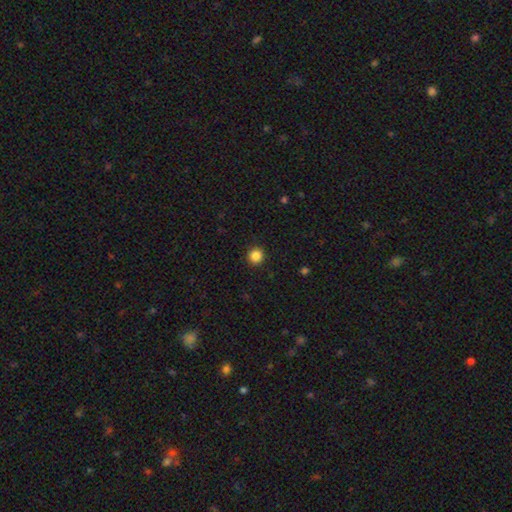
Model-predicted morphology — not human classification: Smooth or featured? smooth (85%)
How rounded? round (94%)
Merging? none (92%)